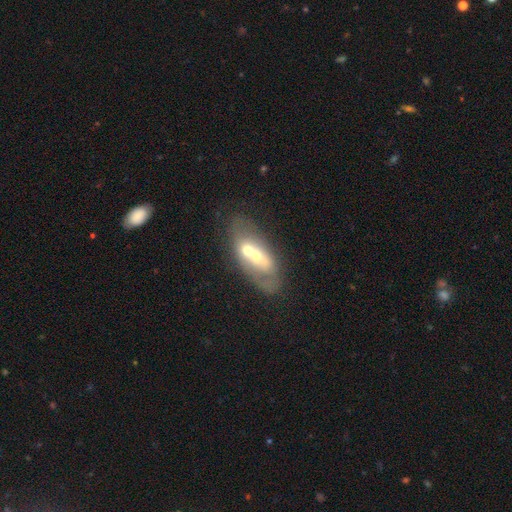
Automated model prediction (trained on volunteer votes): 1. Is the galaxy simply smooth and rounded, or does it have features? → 53% featured or disk, 39% smooth, 8% star or artifact.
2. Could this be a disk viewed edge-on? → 90% no, 10% yes.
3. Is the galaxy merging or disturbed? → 58% merger, 24% none, 10% minor disturbance, 8% major disturbance.